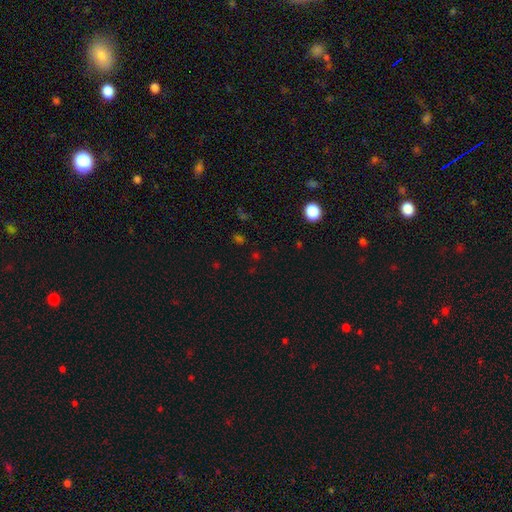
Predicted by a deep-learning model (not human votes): The model was most divided on "smooth or featured": star or artifact: 49%, smooth: 45%, featured or disk: 6%.